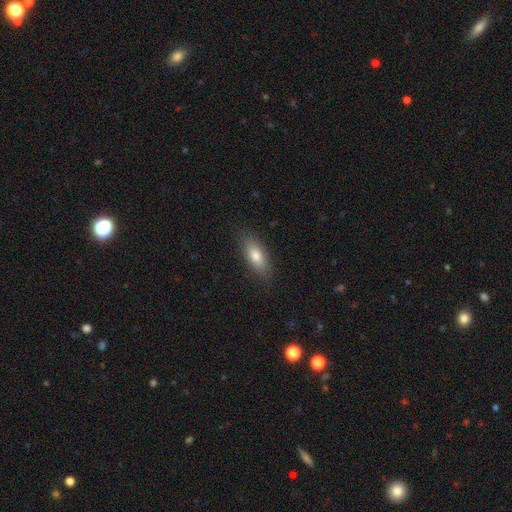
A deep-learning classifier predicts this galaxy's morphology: The model was most divided on "how rounded": in between: 74%, cigar-shaped: 22%, round: 3%. More confident: merging — none (85%); smooth or featured — smooth (77%).